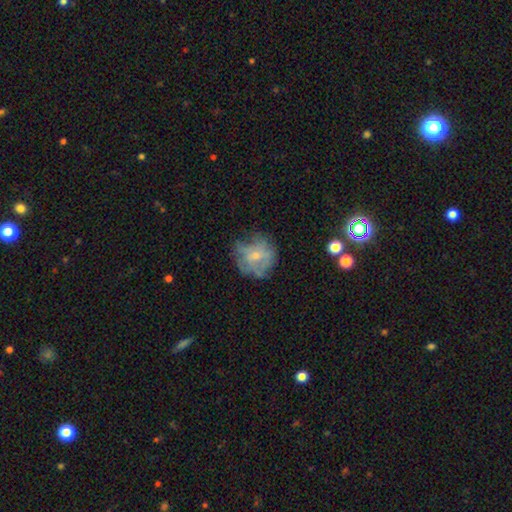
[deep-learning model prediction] This appears to be a featured or disk galaxy (49%). Merging: none (56%).